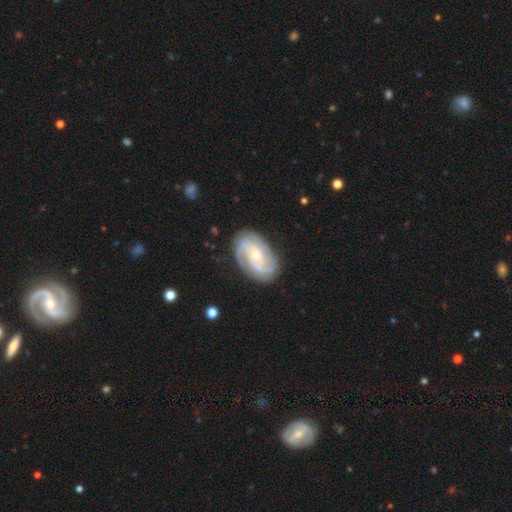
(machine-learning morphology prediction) A featured or disk galaxy (85%) with no bar (54%), 2 (48%) tight (53%) spiral arms (96%) and a small central bulge (66%).

Vote fractions:
- Smooth or featured? featured or disk: 85% / smooth: 10% / star or artifact: 5%
- Edge-on disk? no: 97% / yes: 3%
- Bar? no: 54% / weak: 35% / strong: 10%
- Spiral arms? yes: 96% / no: 4%
- Spiral winding? tight: 53% / medium: 37% / loose: 10%
- Spiral arm count? 2: 48% / 3: 23% / can't tell: 16% / 4: 5% / 1: 4% / more than 4: 4%
- Bulge size? small: 66% / moderate: 30% / none: 2% / large: 2% / dominant: 1%
- Merging? none: 80% / minor disturbance: 14% / major disturbance: 4% / merger: 1%